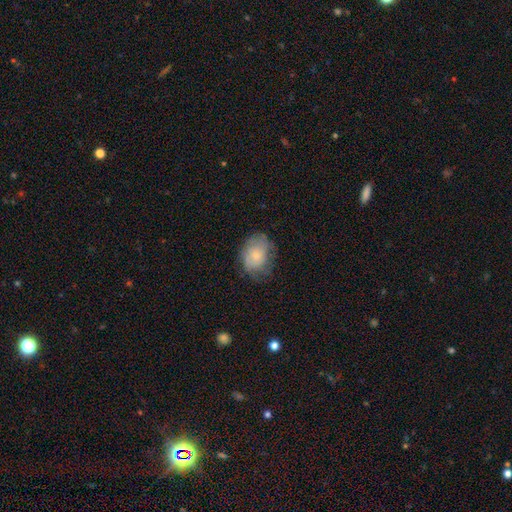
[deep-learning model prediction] Smooth or featured?
  - smooth: 68% *
  - featured or disk: 24%
  - star or artifact: 8%
How rounded?
  - in between: 60% *
  - round: 39%
  - cigar-shaped: 1%
Merging?
  - none: 59% *
  - minor disturbance: 28%
  - major disturbance: 12%
  - merger: 1%